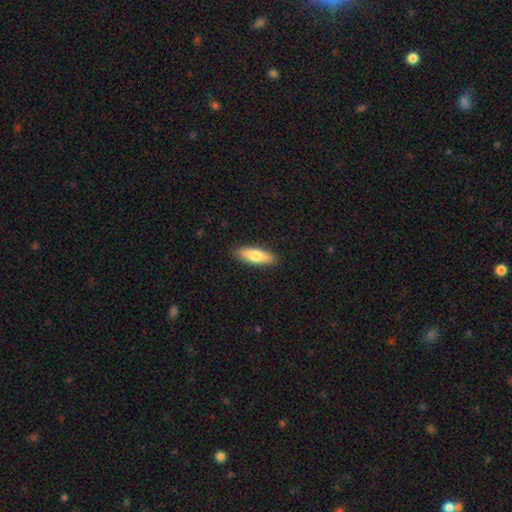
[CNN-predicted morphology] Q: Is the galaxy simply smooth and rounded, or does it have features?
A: smooth — 75%.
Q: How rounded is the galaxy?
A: in between — 52%.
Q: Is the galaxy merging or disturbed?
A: none — 89%.